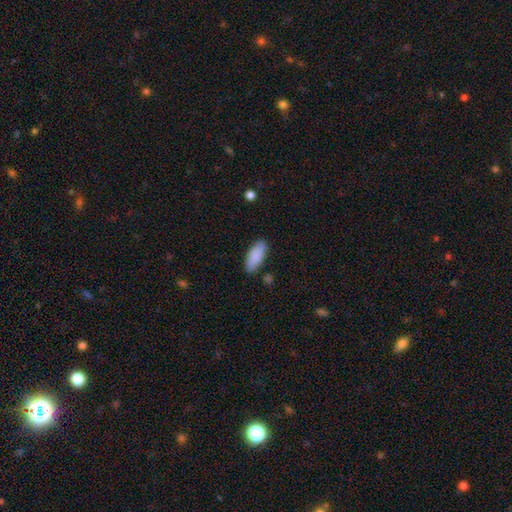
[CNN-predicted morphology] This appears to be a smooth galaxy with no disk features (88%) that is in between round and cigar-shaped (83%). Merging: none (84%).